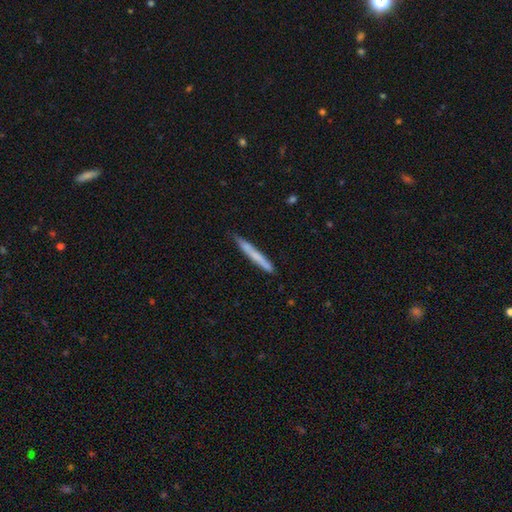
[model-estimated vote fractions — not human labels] smooth 66%, featured or disk 28%, star or artifact 6%. Down the decision tree: how rounded — cigar-shaped (97%); merging — none (84%).